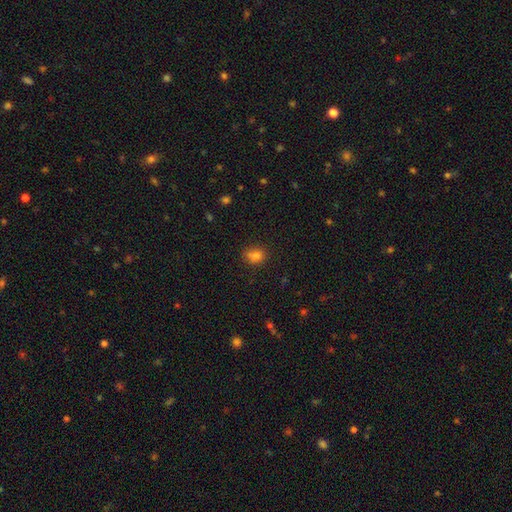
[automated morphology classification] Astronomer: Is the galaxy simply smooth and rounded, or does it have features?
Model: smooth — 76%.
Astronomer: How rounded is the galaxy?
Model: round — 62%.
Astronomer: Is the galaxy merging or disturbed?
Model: none — 65%.